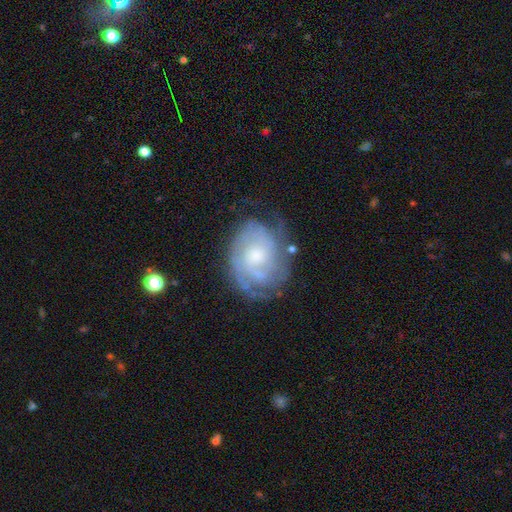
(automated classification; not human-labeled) A featured or disk galaxy (80%) with no bar (71%), 2 (36%) tight (63%) spiral arms (92%) and a moderate central bulge (45%). Merging: none (65%).